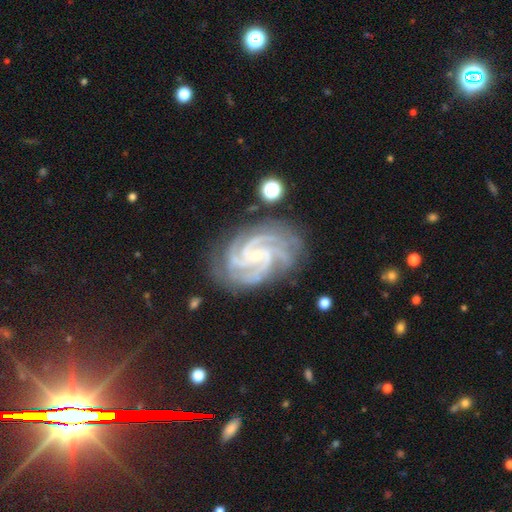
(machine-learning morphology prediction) type=featured or disk (93%); edge-on=no (98%); bar=no (50%); spiral arms=yes (99%); winding=tight (68%); arm count=4 (39%); bulge=small (80%); merging=none (80%).